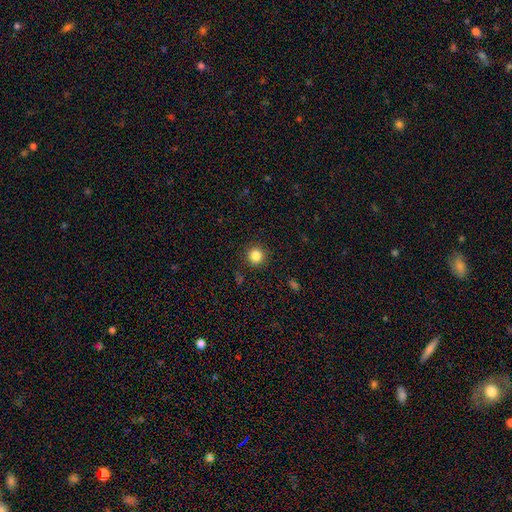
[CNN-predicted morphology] Smooth or featured: smooth — 84% (star or artifact — 12%)
How rounded: round — 95% (in between — 5%)
Merging: none — 91% (minor disturbance — 6%)